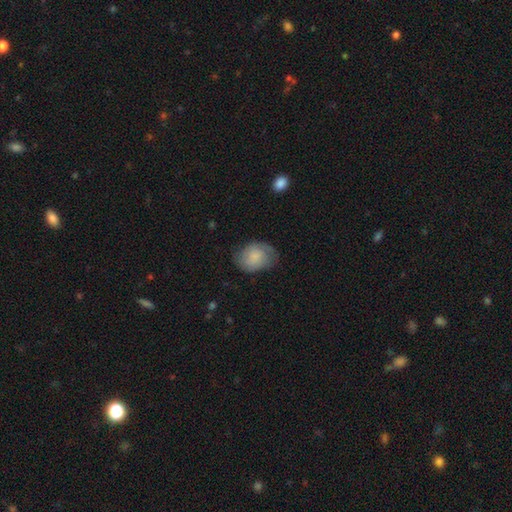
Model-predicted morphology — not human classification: This is likely a smooth galaxy (69%). How rounded: likely in between (64%). Merging: likely none (62%).